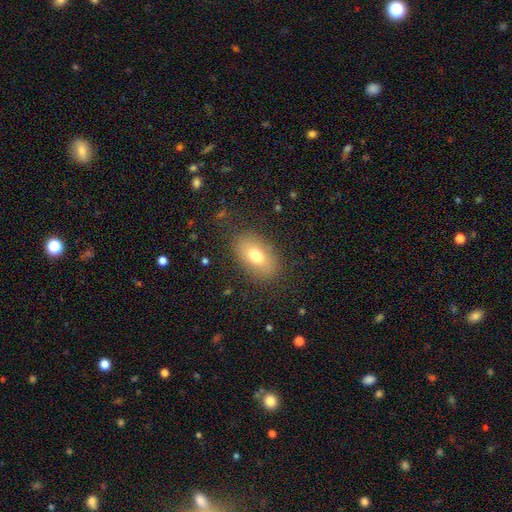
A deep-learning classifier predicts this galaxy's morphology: Smooth or featured? Predicted: smooth (p=0.73). How rounded? Predicted: in between (p=0.88). Merging? Predicted: none (p=0.82).